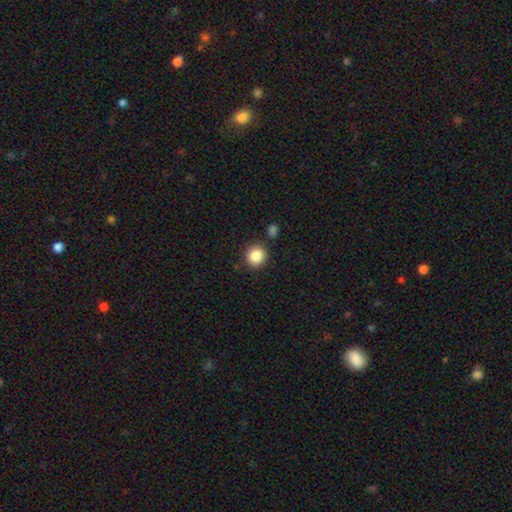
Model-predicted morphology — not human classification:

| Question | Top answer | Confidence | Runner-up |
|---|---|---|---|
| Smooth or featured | smooth | 86% | star or artifact (9%) |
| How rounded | round | 88% | in between (11%) |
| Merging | none | 84% | minor disturbance (9%) |